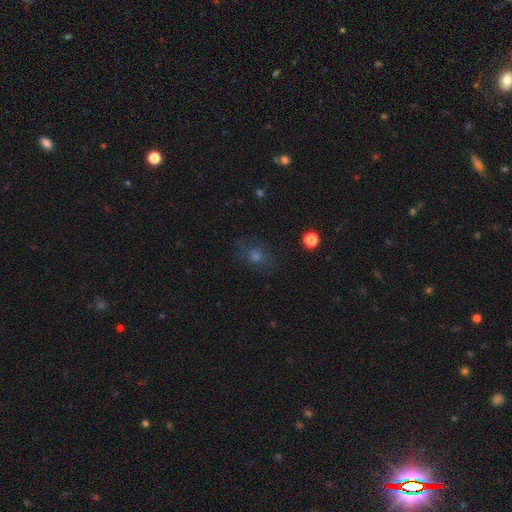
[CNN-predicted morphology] Smooth or featured?
  - smooth: 52% *
  - star or artifact: 29%
  - featured or disk: 19%
How rounded?
  - round: 59% *
  - in between: 39%
  - cigar-shaped: 2%
Merging?
  - none: 74% *
  - minor disturbance: 16%
  - major disturbance: 9%
  - merger: 2%